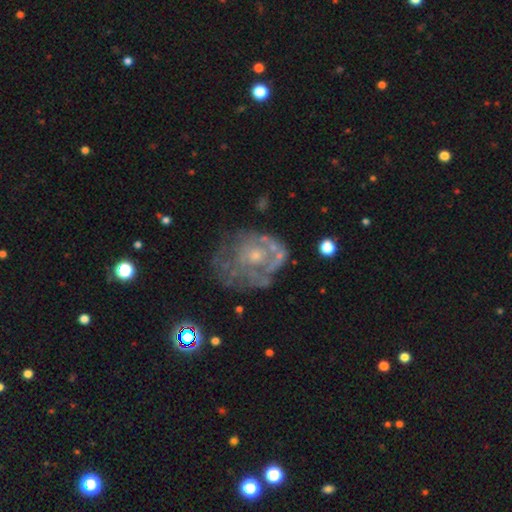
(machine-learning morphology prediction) type=featured or disk (68%); edge-on=no (97%); bar=no (87%); spiral arms=no (62%); bulge=small (54%); merging=none (50%).